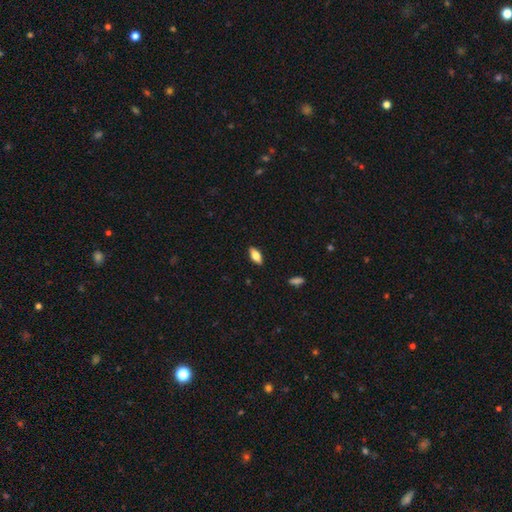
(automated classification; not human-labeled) A smooth galaxy with no disk features (73%) that is in between round and cigar-shaped (85%).

Vote fractions:
- Smooth or featured? smooth: 73% / featured or disk: 20% / star or artifact: 7%
- How rounded? in between: 85% / cigar-shaped: 13% / round: 3%
- Merging? none: 89% / minor disturbance: 9% / major disturbance: 2% / merger: 1%